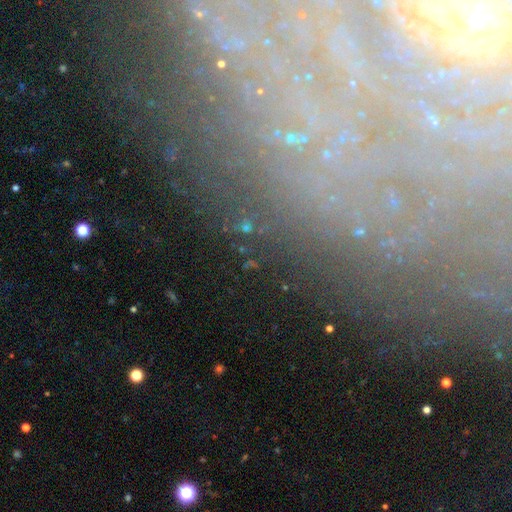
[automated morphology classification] Smooth or featured: featured or disk — 46% (star or artifact — 36%)
Merging: none — 78% (minor disturbance — 11%)